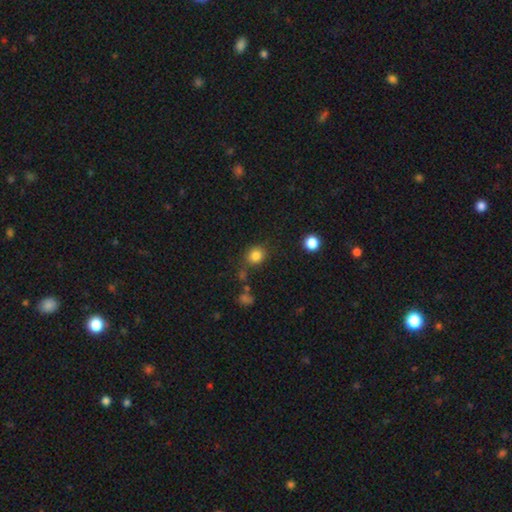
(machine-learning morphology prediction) This appears to be a smooth galaxy with no disk features (83%) that is round (72%). Merging: none (78%).